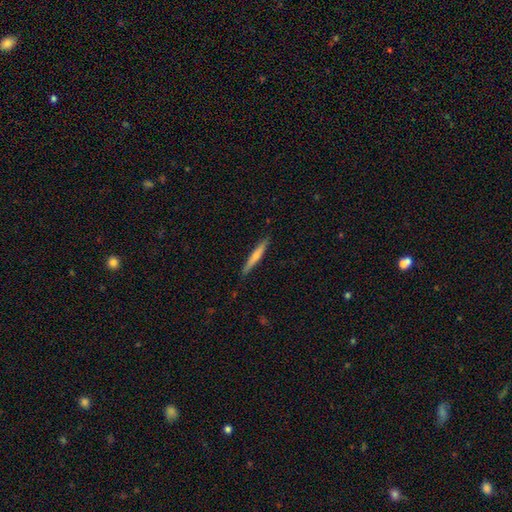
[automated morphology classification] Smooth or featured?
  - smooth: 61% *
  - featured or disk: 34%
  - star or artifact: 6%
How rounded?
  - cigar-shaped: 95% *
  - in between: 4%
  - round: 1%
Merging?
  - none: 88% *
  - minor disturbance: 9%
  - major disturbance: 2%
  - merger: 1%